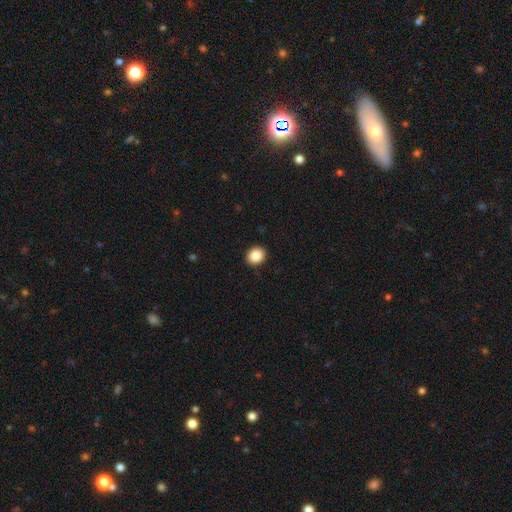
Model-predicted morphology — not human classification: Smooth or featured? smooth (87%)
How rounded? round (63%)
Merging? none (92%)